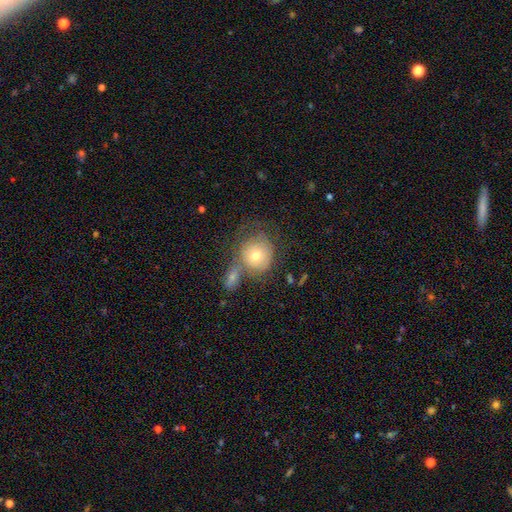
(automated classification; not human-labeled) A smooth galaxy with no disk features (64%) that is round (86%).

Vote fractions:
- Smooth or featured? smooth: 64% / featured or disk: 27% / star or artifact: 9%
- How rounded? round: 86% / in between: 13% / cigar-shaped: 1%
- Merging? none: 42% / merger: 33% / minor disturbance: 15% / major disturbance: 10%